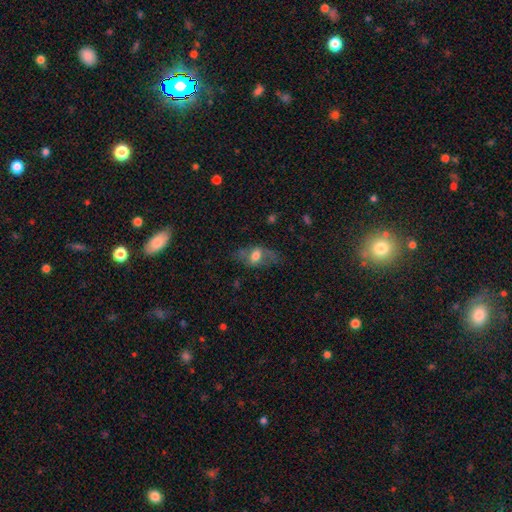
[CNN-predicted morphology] Q: Smooth or featured?
A: smooth (52%); runner-up: featured or disk (39%)
Q: How rounded?
A: in between (81%); runner-up: round (12%)
Q: Merging?
A: none (56%); runner-up: minor disturbance (24%)